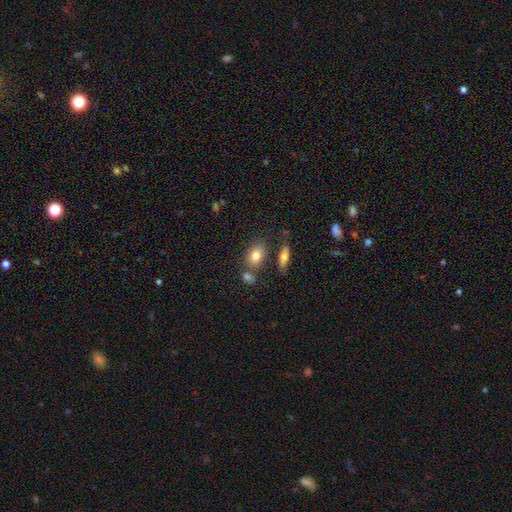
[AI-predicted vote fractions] Smooth or featured? smooth (81%)
How rounded? in between (79%)
Merging? none (66%)